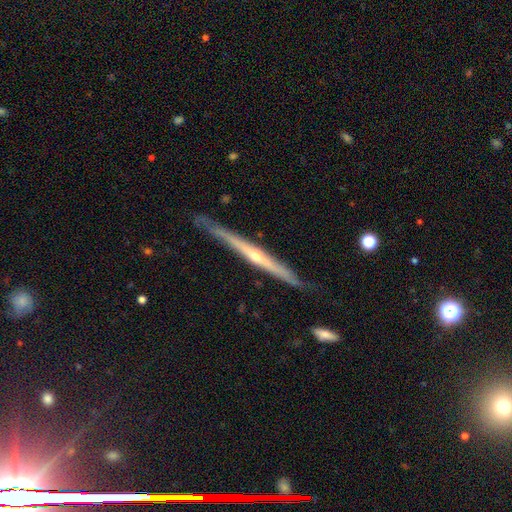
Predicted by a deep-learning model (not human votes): A featured or disk galaxy (79%) viewed edge-on (97%) with a rounded central bulge (69%). Merging: none (81%).